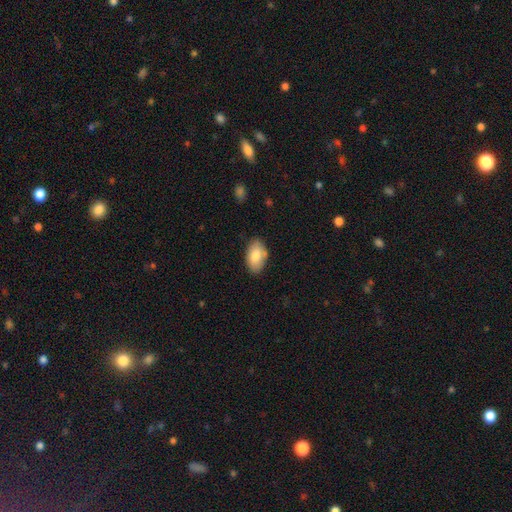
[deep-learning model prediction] Morphology: type=smooth (81%); roundness=in between (94%); merging=none (78%).